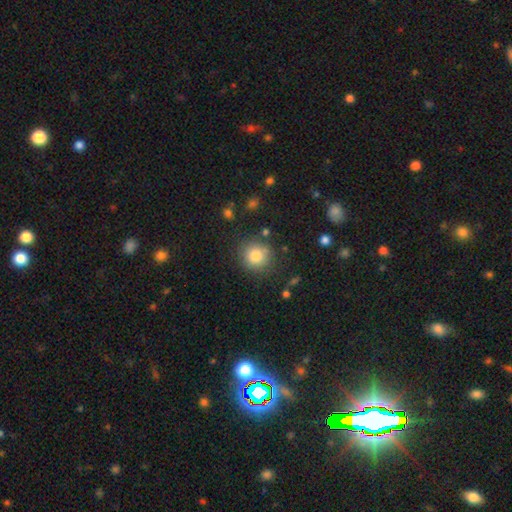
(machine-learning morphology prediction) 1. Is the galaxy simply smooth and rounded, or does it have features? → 81% smooth, 11% star or artifact, 8% featured or disk.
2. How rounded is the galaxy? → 92% round, 7% in between, 1% cigar-shaped.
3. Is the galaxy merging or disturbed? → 83% none, 10% minor disturbance, 3% major disturbance, 3% merger.